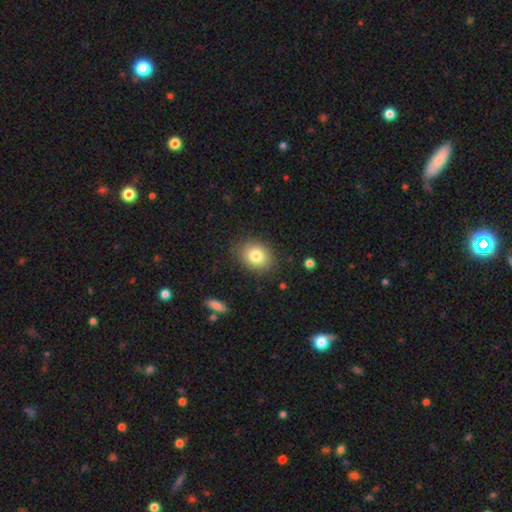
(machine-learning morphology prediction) Q: Smooth or featured?
A: smooth (81%); runner-up: featured or disk (10%)
Q: How rounded?
A: in between (54%); runner-up: round (45%)
Q: Merging?
A: none (84%); runner-up: minor disturbance (12%)